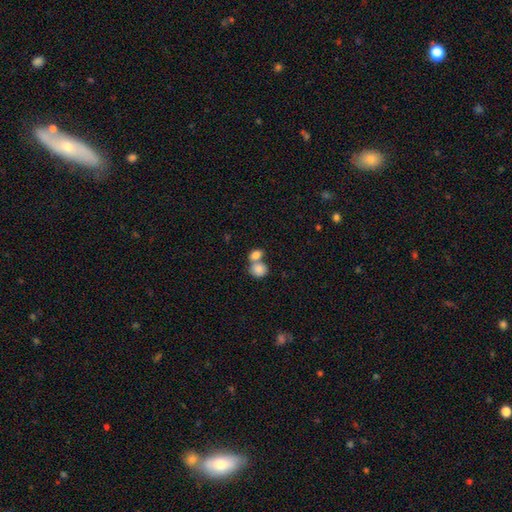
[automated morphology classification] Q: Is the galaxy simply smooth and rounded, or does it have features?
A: smooth — 83%.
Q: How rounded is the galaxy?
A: in between — 53%.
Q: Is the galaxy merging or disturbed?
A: merger — 60%.